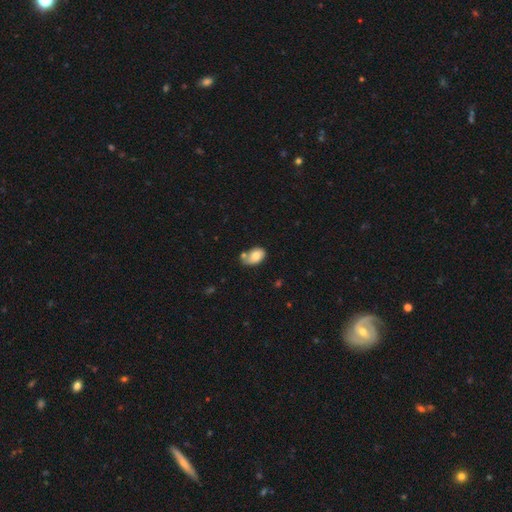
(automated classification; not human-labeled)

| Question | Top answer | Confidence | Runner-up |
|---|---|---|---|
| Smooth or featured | smooth | 75% | featured or disk (18%) |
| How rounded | in between | 87% | round (11%) |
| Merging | none | 43% | minor disturbance (26%) |